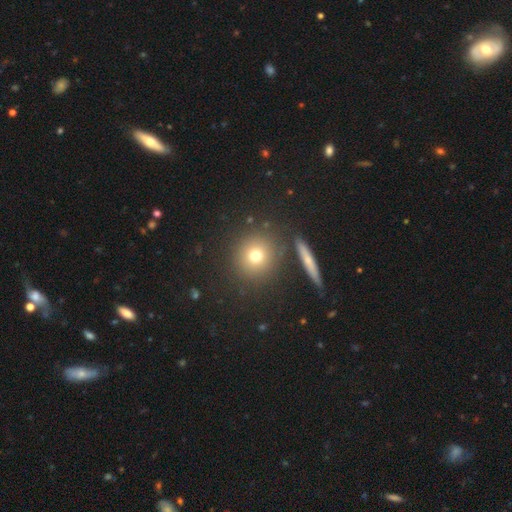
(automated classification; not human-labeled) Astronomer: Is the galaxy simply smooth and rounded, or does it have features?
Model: smooth — 73%.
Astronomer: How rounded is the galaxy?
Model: round — 90%.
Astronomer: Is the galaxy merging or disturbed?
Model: none — 84%.